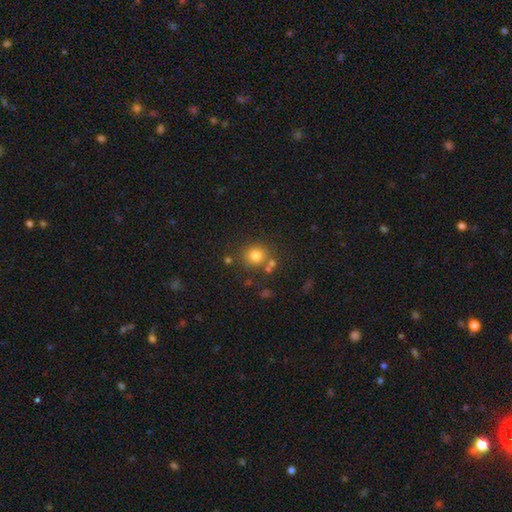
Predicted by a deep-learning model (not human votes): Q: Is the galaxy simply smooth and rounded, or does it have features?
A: smooth — 78%.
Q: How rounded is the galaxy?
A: round — 86%.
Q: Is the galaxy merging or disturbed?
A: none — 74%.